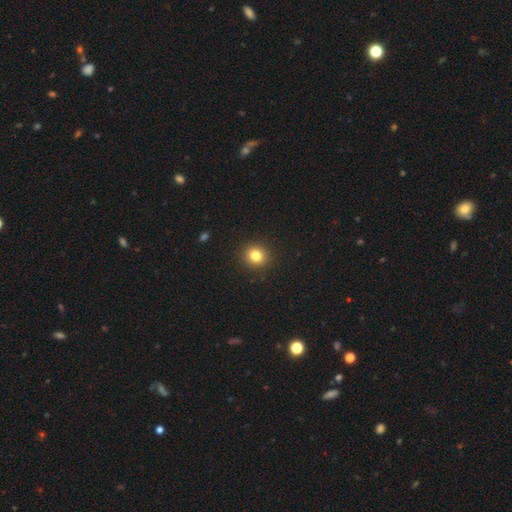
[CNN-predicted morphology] Overall: smooth (82%). How rounded: round (88%). Merging: none (92%).